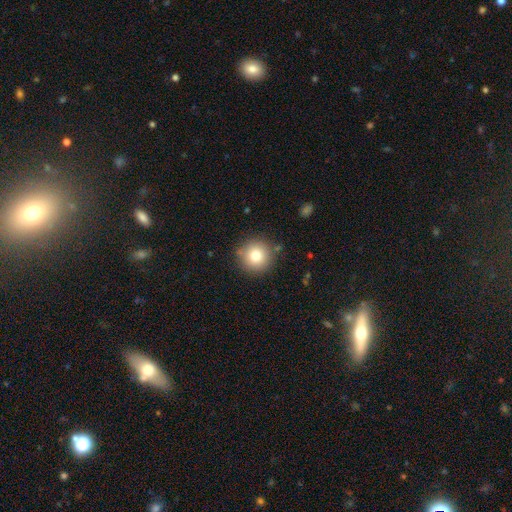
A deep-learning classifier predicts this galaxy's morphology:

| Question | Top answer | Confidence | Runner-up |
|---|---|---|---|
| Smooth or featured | smooth | 78% | star or artifact (11%) |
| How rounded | round | 95% | in between (4%) |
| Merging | none | 86% | minor disturbance (9%) |